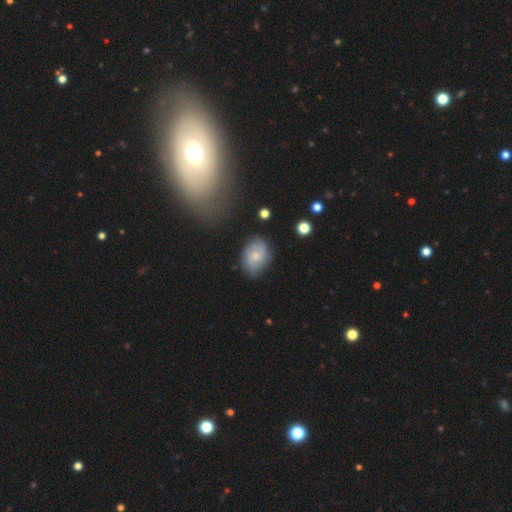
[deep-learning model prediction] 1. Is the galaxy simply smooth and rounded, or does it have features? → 51% smooth, 41% featured or disk, 8% star or artifact.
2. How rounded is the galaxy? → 67% in between, 32% round, 1% cigar-shaped.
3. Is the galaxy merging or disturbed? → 73% none, 20% minor disturbance, 6% major disturbance, 2% merger.